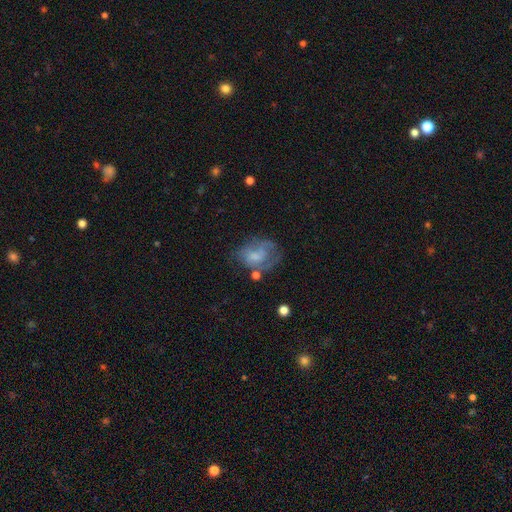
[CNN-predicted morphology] Smooth or featured? featured or disk (48%)
Merging? none (38%)